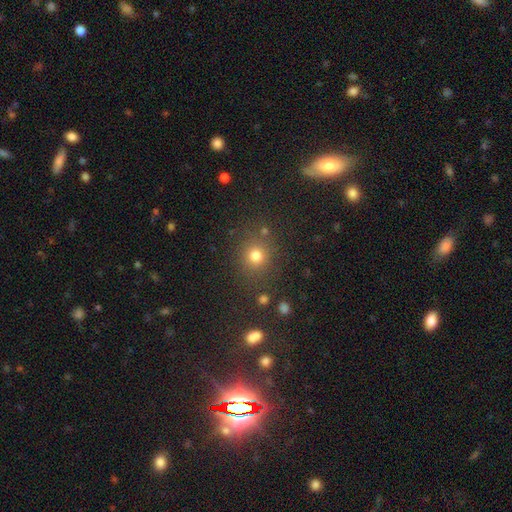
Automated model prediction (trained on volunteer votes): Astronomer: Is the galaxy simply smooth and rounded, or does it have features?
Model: smooth — 76%.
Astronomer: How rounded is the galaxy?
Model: round — 88%.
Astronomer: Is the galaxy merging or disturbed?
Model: none — 82%.